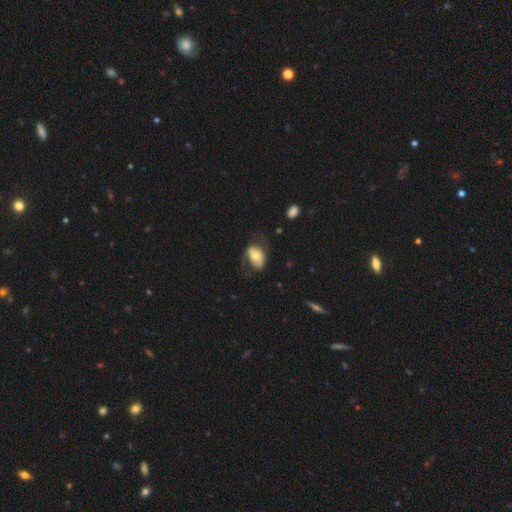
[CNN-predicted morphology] Q: Smooth or featured?
A: smooth (65%); runner-up: featured or disk (29%)
Q: How rounded?
A: in between (88%); runner-up: round (10%)
Q: Merging?
A: none (51%); runner-up: minor disturbance (28%)